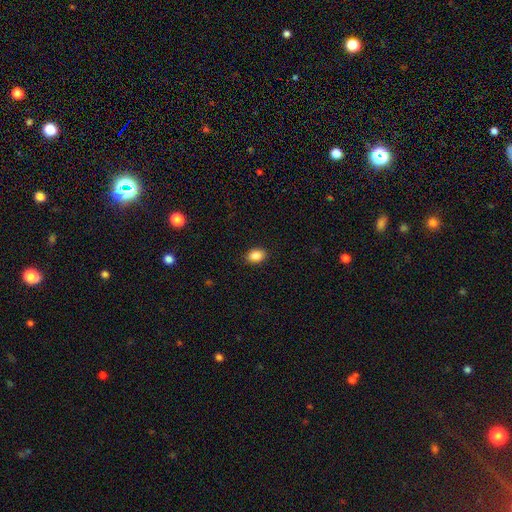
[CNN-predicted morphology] type=smooth (88%); roundness=in between (75%); merging=none (89%).